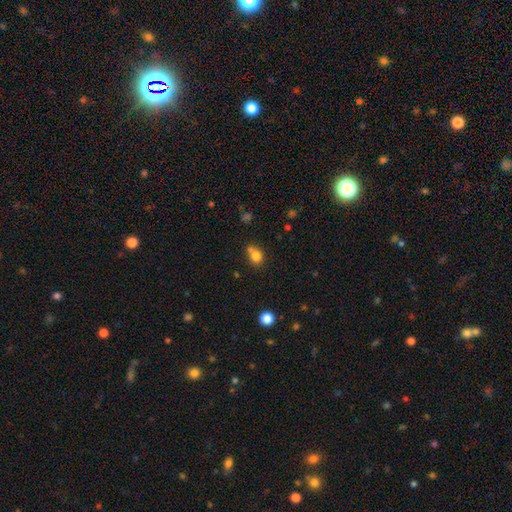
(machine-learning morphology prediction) This appears to be a smooth galaxy with no disk features (79%) that is round (67%). Merging: none (51%).